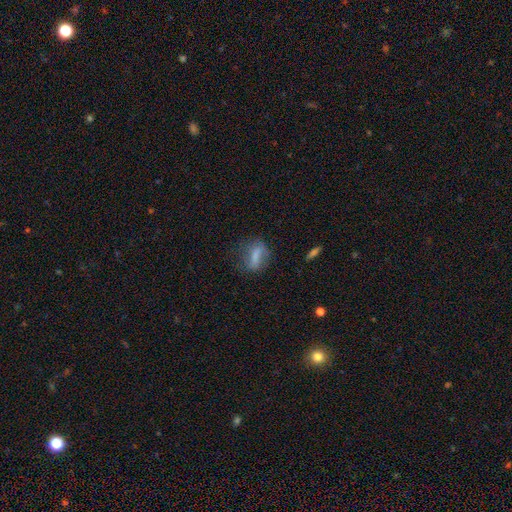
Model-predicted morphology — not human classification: Q: Smooth or featured?
A: smooth (59%); runner-up: featured or disk (31%)
Q: How rounded?
A: in between (64%); runner-up: cigar-shaped (21%)
Q: Merging?
A: none (60%); runner-up: minor disturbance (24%)